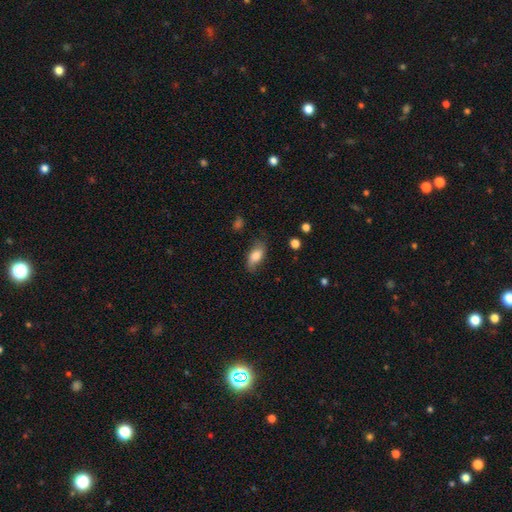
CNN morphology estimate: This is likely a smooth galaxy (75%). How rounded: clearly in between (86%). Merging: likely none (70%).